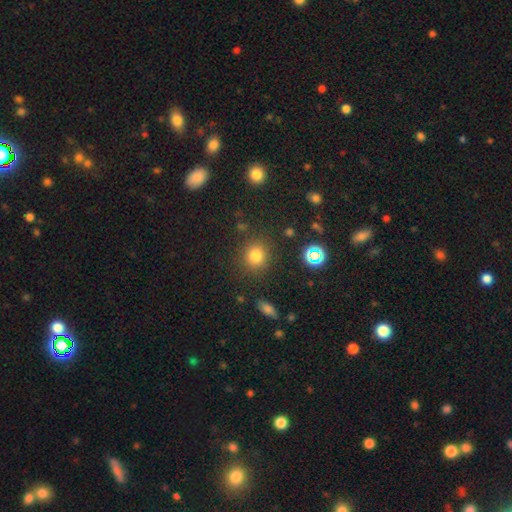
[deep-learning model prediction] A smooth galaxy with no disk features (76%) that is round (85%).

Vote fractions:
- Smooth or featured? smooth: 76% / star or artifact: 17% / featured or disk: 7%
- How rounded? round: 85% / in between: 14% / cigar-shaped: 1%
- Merging? none: 85% / minor disturbance: 8% / major disturbance: 4% / merger: 3%